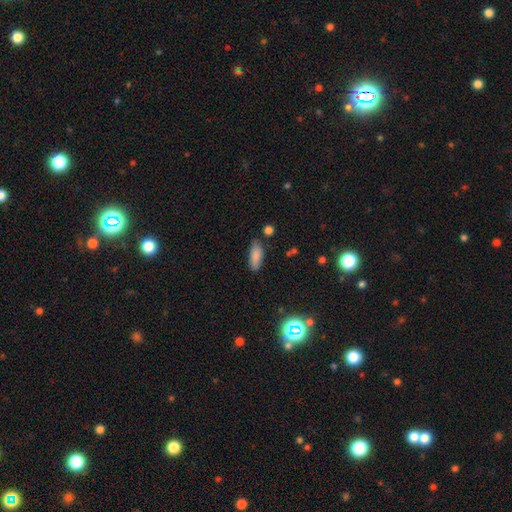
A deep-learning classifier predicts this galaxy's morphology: Smooth or featured: smooth — 84% (star or artifact — 9%)
How rounded: in between — 75% (cigar-shaped — 23%)
Merging: none — 76% (minor disturbance — 17%)